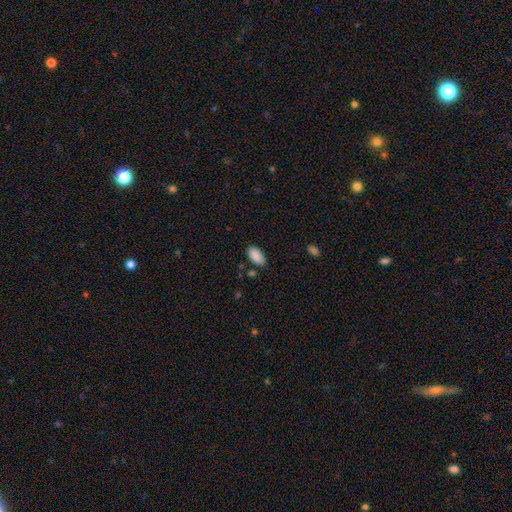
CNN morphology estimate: smooth_or_featured: smooth (p=0.89) [alt: star or artifact p=0.07]
how_rounded: in between (p=0.95) [alt: round p=0.03]
merging: none (p=0.78) [alt: minor disturbance p=0.16]